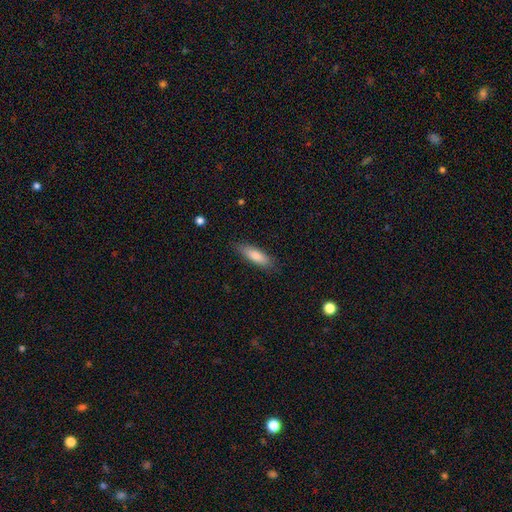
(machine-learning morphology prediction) Smooth or featured?
  - smooth: 75% *
  - featured or disk: 18%
  - star or artifact: 7%
How rounded?
  - cigar-shaped: 61% *
  - in between: 37%
  - round: 2%
Merging?
  - none: 86% *
  - minor disturbance: 11%
  - major disturbance: 2%
  - merger: 1%